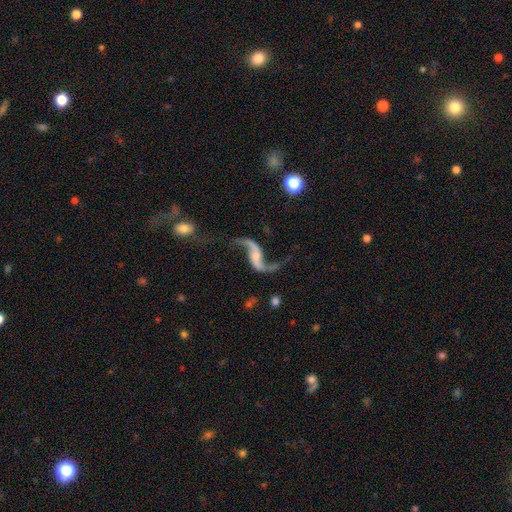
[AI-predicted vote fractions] Smooth or featured? featured or disk (91%)
Edge-on disk? no (95%)
Bar? no (43%)
Spiral arms? yes (97%)
Spiral winding? loose (94%)
Spiral arm count? 2 (94%)
Bulge size? small (47%)
Merging? none (68%)